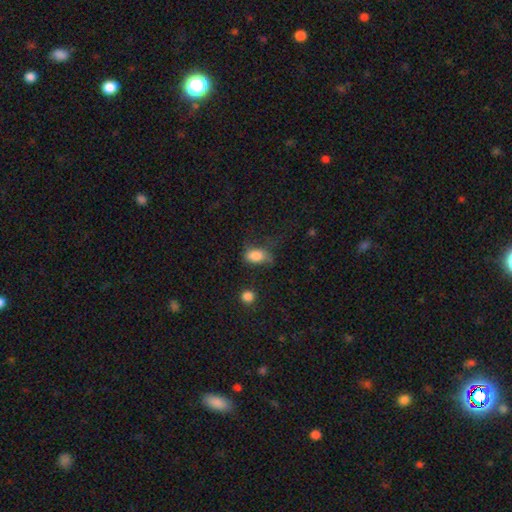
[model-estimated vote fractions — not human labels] Smooth or featured? Predicted: smooth (p=0.81). How rounded? Predicted: in between (p=0.85). Merging? Predicted: none (p=0.41).